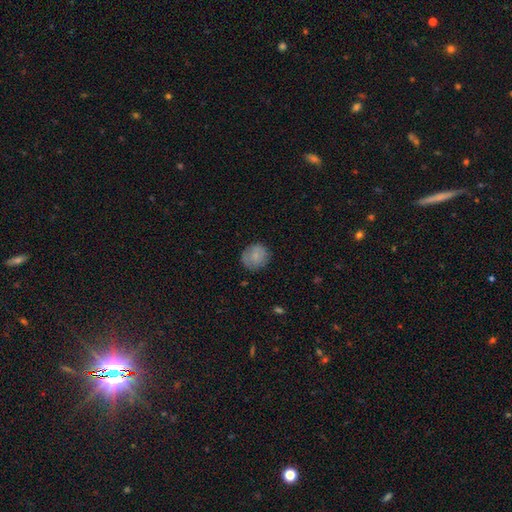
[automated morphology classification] smooth-or-featured: smooth: 77% | featured or disk: 15% | star or artifact: 8%
  how-rounded: round: 85% | in between: 14% | cigar-shaped: 1%
  merging: none: 79% | minor disturbance: 15% | major disturbance: 4% | merger: 1%